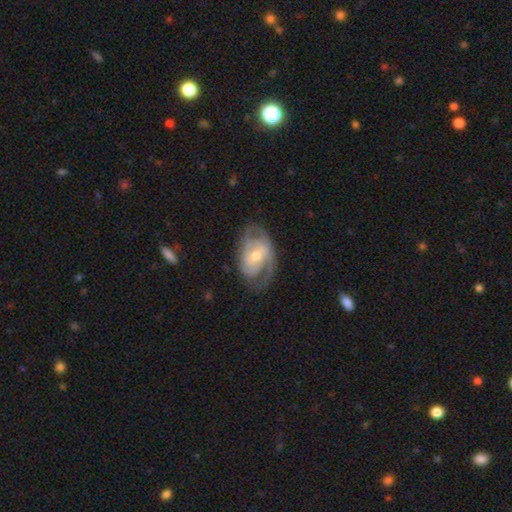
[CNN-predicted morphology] type=featured or disk (79%); edge-on=no (96%); bar=weak (45%); spiral arms=yes (89%); winding=medium (43%); arm count=2 (58%); bulge=moderate (52%); merging=none (64%).